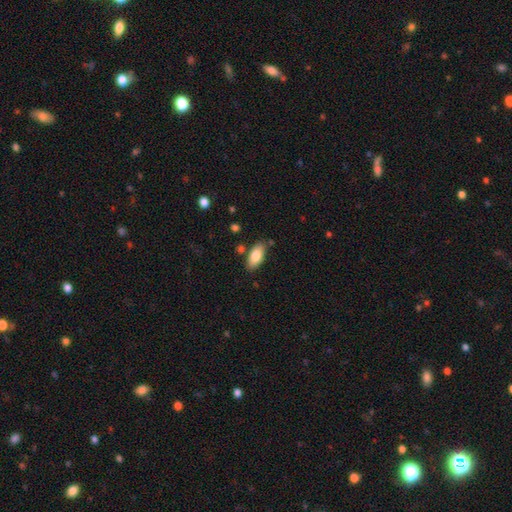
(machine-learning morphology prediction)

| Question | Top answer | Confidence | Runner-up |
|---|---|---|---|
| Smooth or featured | smooth | 82% | featured or disk (12%) |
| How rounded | in between | 87% | cigar-shaped (10%) |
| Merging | none | 81% | minor disturbance (12%) |